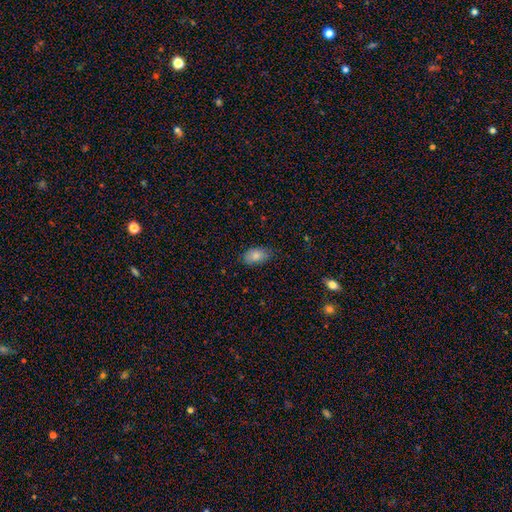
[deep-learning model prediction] Smooth or featured? Predicted: smooth (p=0.83). How rounded? Predicted: in between (p=0.92). Merging? Predicted: none (p=0.74).